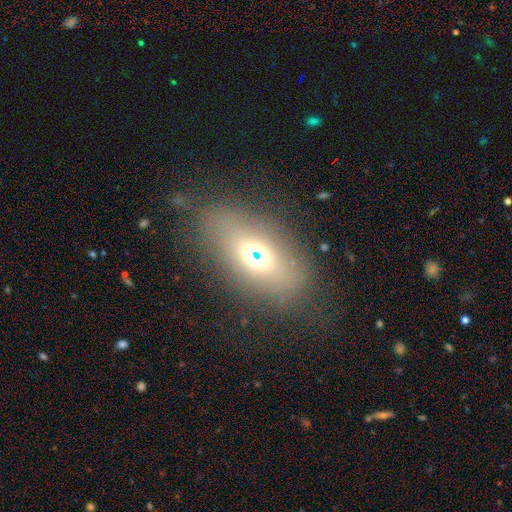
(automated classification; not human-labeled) Smooth or featured? Predicted: smooth (p=0.54). How rounded? Predicted: in between (p=0.81). Merging? Predicted: none (p=0.73).